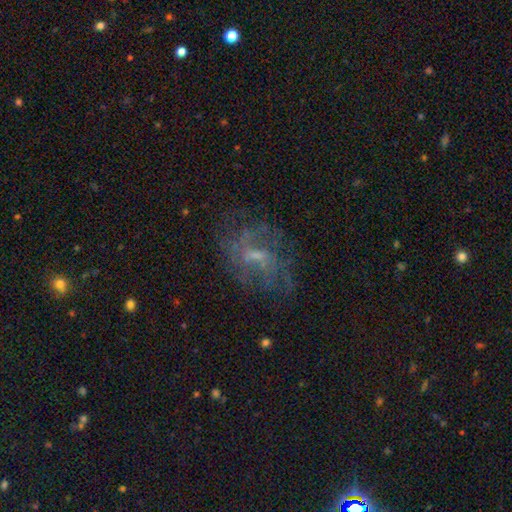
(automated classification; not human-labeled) Smooth or featured? featured or disk (65%)
Edge-on disk? no (96%)
Bar? weak (50%)
Spiral arms? yes (68%)
Bulge size? small (51%)
Merging? none (60%)